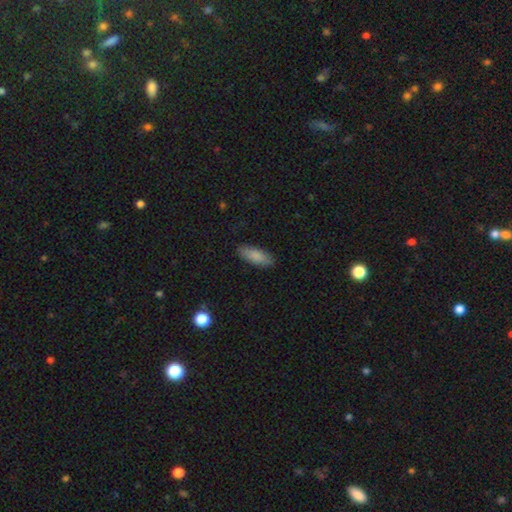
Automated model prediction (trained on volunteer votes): Smooth or featured?
  - smooth: 86% *
  - featured or disk: 8%
  - star or artifact: 6%
How rounded?
  - in between: 72% *
  - cigar-shaped: 26%
  - round: 2%
Merging?
  - none: 87% *
  - minor disturbance: 10%
  - major disturbance: 2%
  - merger: 1%